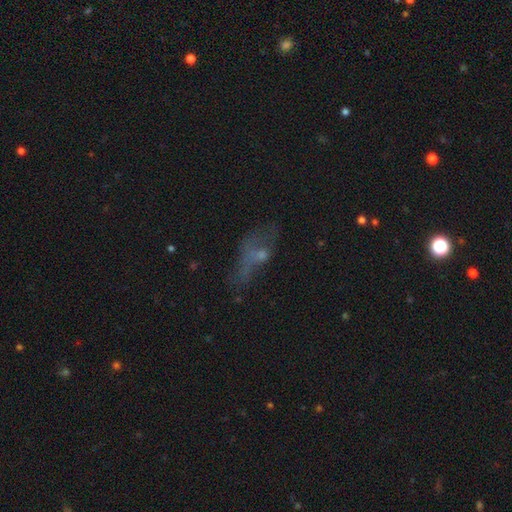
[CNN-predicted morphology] A smooth galaxy with no disk features (40%).

Vote fractions:
- Smooth or featured? smooth: 40% / featured or disk: 35% / star or artifact: 24%
- Merging? major disturbance: 40% / none: 32% / minor disturbance: 20% / merger: 8%